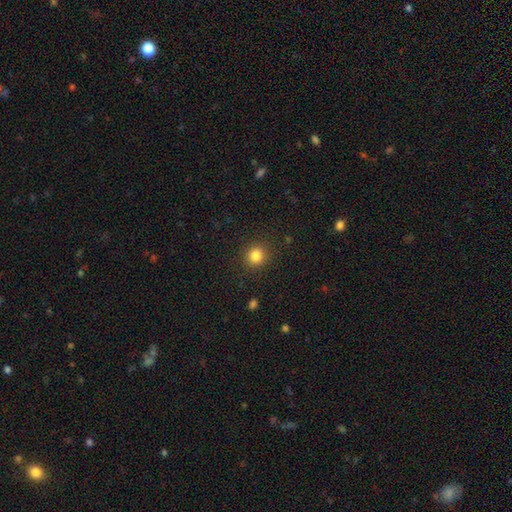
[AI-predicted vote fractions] Smooth or featured? smooth (83%)
How rounded? round (90%)
Merging? none (90%)